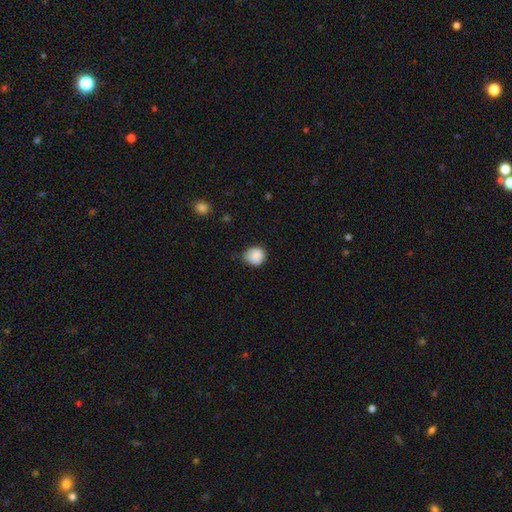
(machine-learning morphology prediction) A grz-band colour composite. It shows a smooth galaxy with no disk features (83%) that is round (78%). Merging: none (55%).